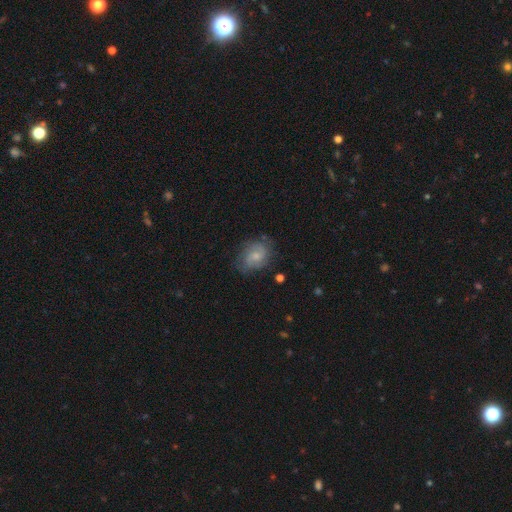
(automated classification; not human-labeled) smooth_or_featured: featured or disk (p=0.48) [alt: smooth p=0.45]
merging: none (p=0.67) [alt: minor disturbance p=0.23]